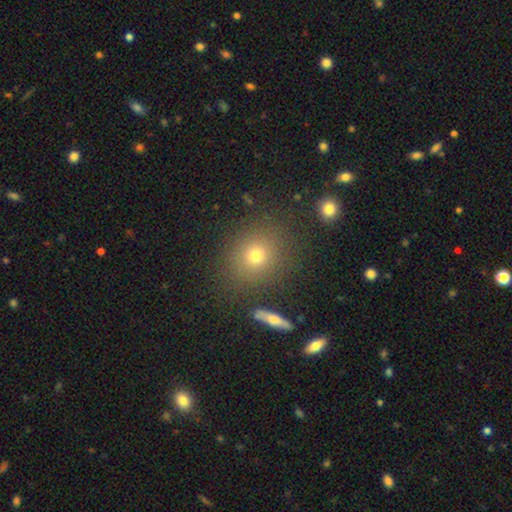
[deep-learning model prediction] The model was most divided on "smooth or featured": smooth: 71%, star or artifact: 17%, featured or disk: 12%. More confident: merging — none (83%); how rounded — round (77%).